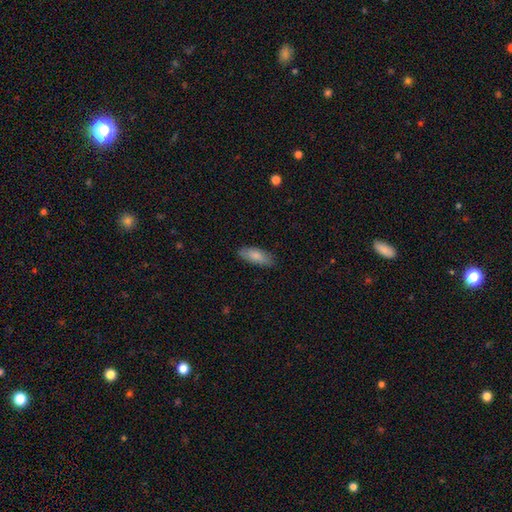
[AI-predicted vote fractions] Smooth or featured? smooth (82%)
How rounded? in between (74%)
Merging? none (82%)